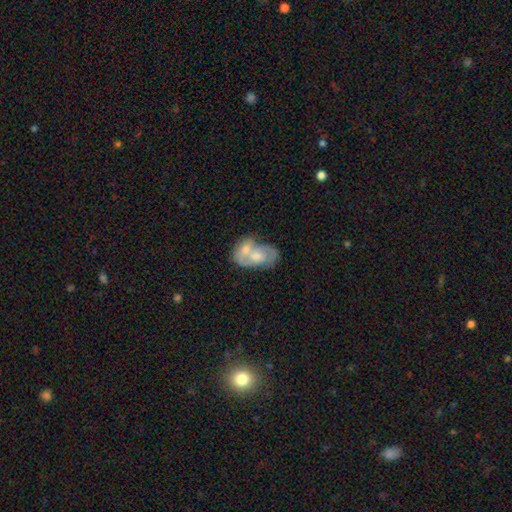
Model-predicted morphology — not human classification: Smooth or featured?
  - featured or disk: 58% *
  - smooth: 34%
  - star or artifact: 8%
Edge-on disk?
  - no: 96% *
  - yes: 4%
Bar?
  - no: 74% *
  - weak: 22%
  - strong: 5%
Spiral arms?
  - yes: 57% *
  - no: 43%
Bulge size?
  - moderate: 62% *
  - small: 24%
  - large: 7%
  - none: 5%
  - dominant: 2%
Merging?
  - merger: 63% *
  - none: 21%
  - minor disturbance: 10%
  - major disturbance: 6%